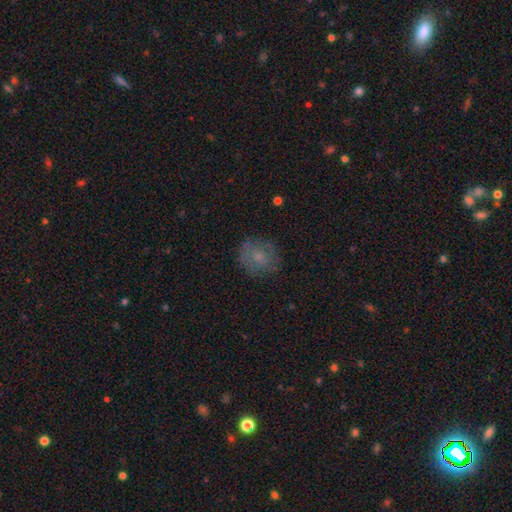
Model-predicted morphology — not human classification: smooth_or_featured: smooth (p=0.67) [alt: featured or disk p=0.22]
how_rounded: round (p=0.81) [alt: in between p=0.18]
merging: none (p=0.77) [alt: minor disturbance p=0.16]